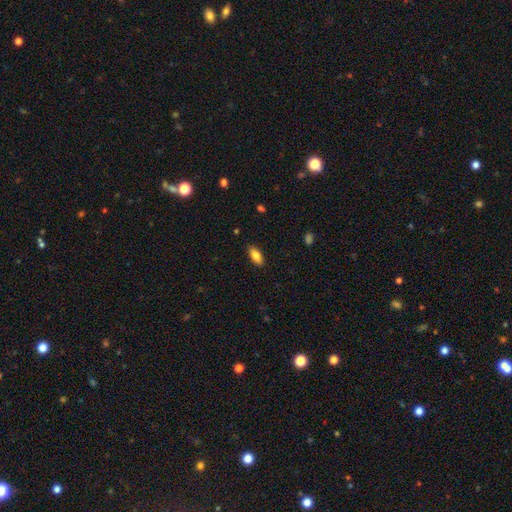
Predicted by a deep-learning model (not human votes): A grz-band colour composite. It shows a smooth galaxy with no disk features (83%) that is in between round and cigar-shaped (86%). Merging: none (88%).